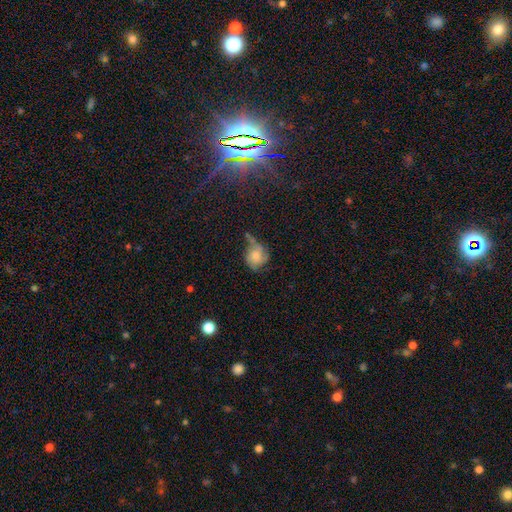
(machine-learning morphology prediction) Q: Smooth or featured?
A: smooth (49%); runner-up: featured or disk (41%)
Q: Merging?
A: none (37%); runner-up: minor disturbance (31%)